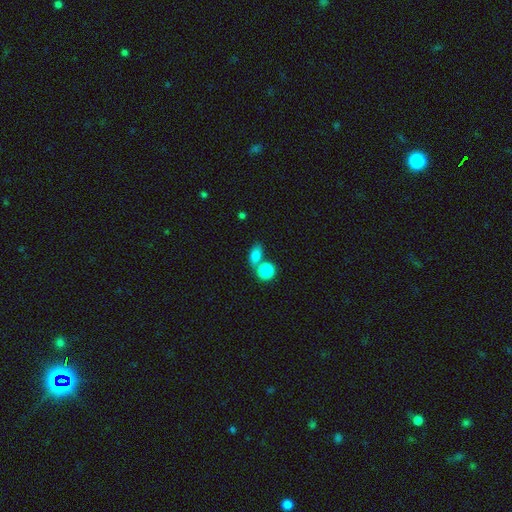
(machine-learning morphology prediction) smooth_or_featured: smooth (p=0.81) [alt: star or artifact p=0.10]
how_rounded: in between (p=0.68) [alt: round p=0.28]
merging: none (p=0.43) [alt: merger p=0.42]